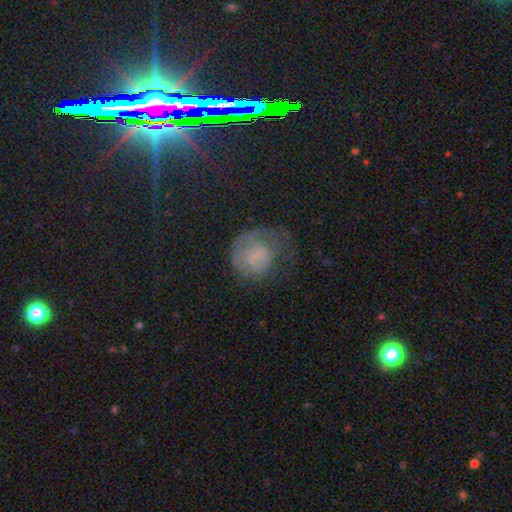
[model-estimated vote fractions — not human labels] Smooth or featured? smooth (50%)
Merging? none (38%)